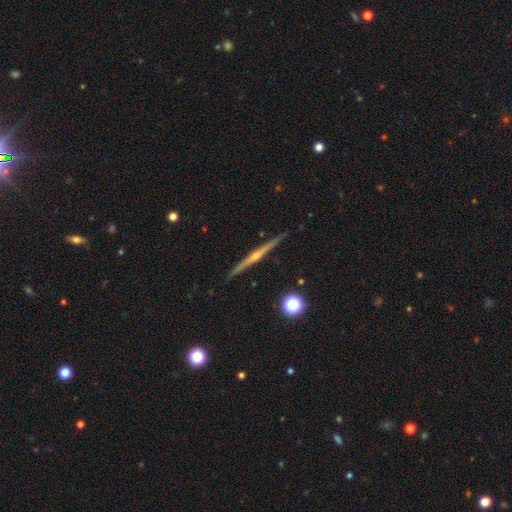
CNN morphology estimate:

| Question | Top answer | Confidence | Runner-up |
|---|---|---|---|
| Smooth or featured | featured or disk | 81% | smooth (13%) |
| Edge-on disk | yes | 98% | no (2%) |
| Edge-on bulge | rounded | 77% | none (17%) |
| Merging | none | 92% | minor disturbance (6%) |